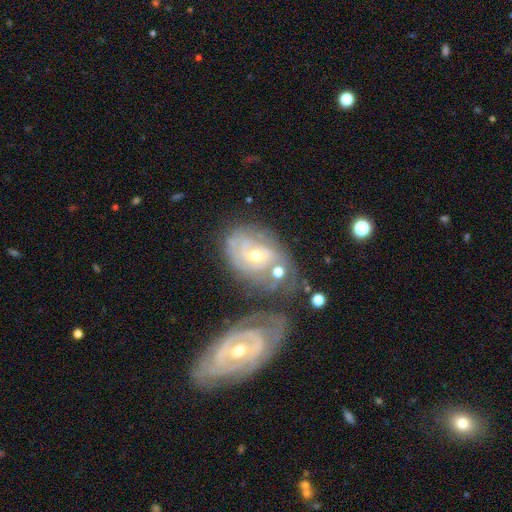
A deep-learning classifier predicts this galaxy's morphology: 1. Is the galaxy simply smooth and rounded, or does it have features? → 78% featured or disk, 15% smooth, 7% star or artifact.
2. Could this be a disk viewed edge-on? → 95% no, 5% yes.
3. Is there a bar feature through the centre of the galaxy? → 67% no, 26% weak, 7% strong.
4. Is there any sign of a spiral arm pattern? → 86% yes, 14% no.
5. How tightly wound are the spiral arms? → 66% tight, 26% medium, 8% loose.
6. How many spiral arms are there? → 43% can't tell, 25% 2, 17% 3, 6% 4, 5% 1, 4% more than 4.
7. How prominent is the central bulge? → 53% moderate, 42% small, 2% large, 1% none, 1% dominant.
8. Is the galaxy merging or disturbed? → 37% merger, 34% none, 17% minor disturbance, 12% major disturbance.